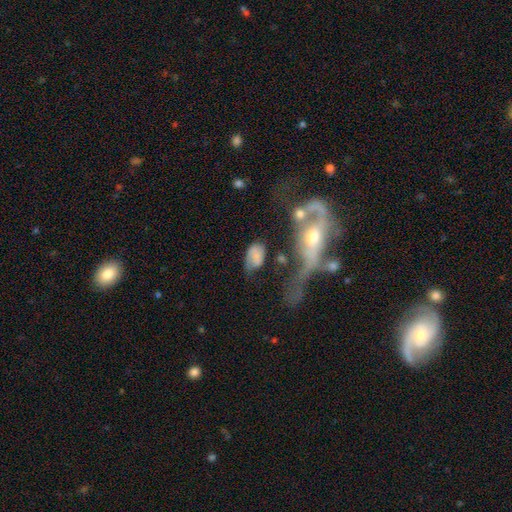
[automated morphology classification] smooth 60%, featured or disk 31%, star or artifact 9%. Down the decision tree: how rounded — in between (87%); merging — none (40%).